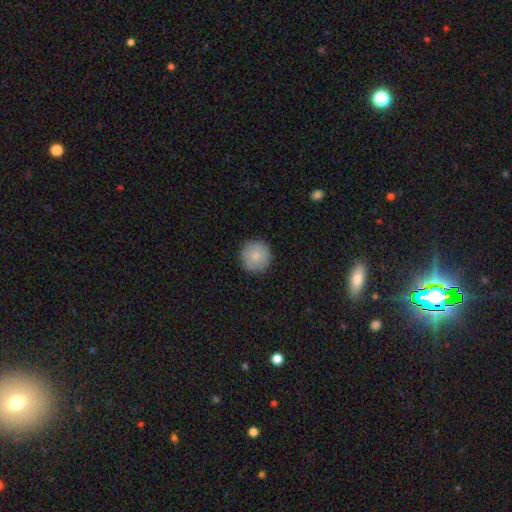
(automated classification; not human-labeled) Q: Smooth or featured?
A: smooth (78%); runner-up: featured or disk (15%)
Q: How rounded?
A: round (96%); runner-up: in between (3%)
Q: Merging?
A: none (88%); runner-up: minor disturbance (9%)